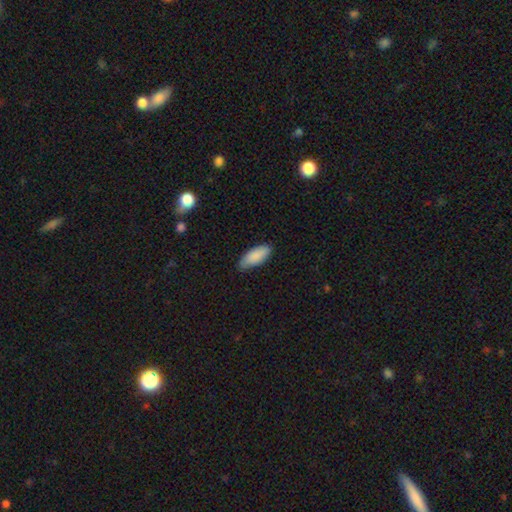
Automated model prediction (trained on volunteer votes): Smooth or featured? Predicted: smooth (p=0.88). How rounded? Predicted: in between (p=0.81). Merging? Predicted: none (p=0.79).